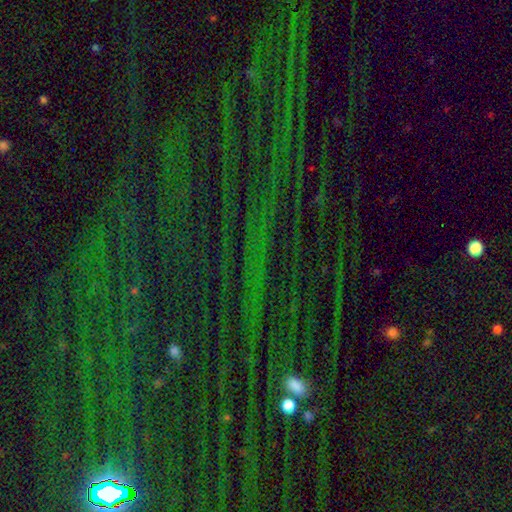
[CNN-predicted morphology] The model was most divided on "smooth or featured": star or artifact: 79%, smooth: 11%, featured or disk: 9%.